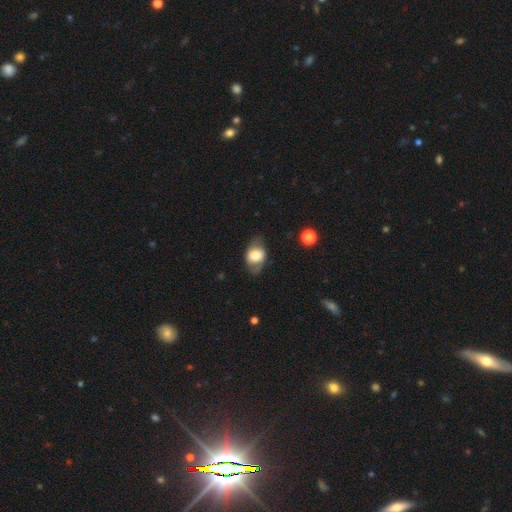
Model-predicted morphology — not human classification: Smooth or featured?
  - smooth: 62% *
  - featured or disk: 30%
  - star or artifact: 8%
How rounded?
  - in between: 71% *
  - round: 27%
  - cigar-shaped: 2%
Merging?
  - none: 65% *
  - minor disturbance: 22%
  - major disturbance: 11%
  - merger: 2%